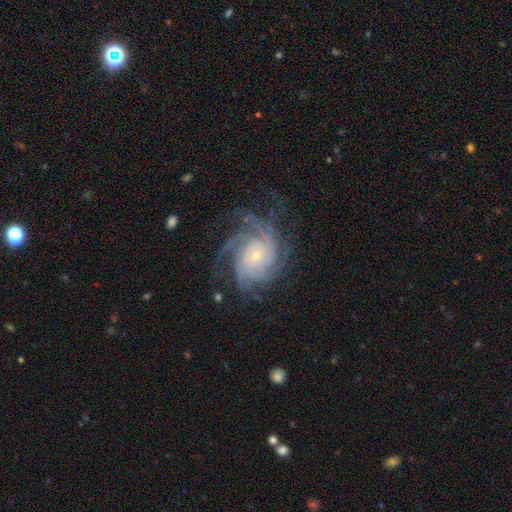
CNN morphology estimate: Overall: featured or disk (90%). Edge-on disk: no (98%). Bar: no (77%). Spiral arms: yes (98%). Spiral arm count: 4 (34%; 3 21%). Spiral winding: tight (65%; medium 29%). Bulge size: small (77%). Merging: none (70%).